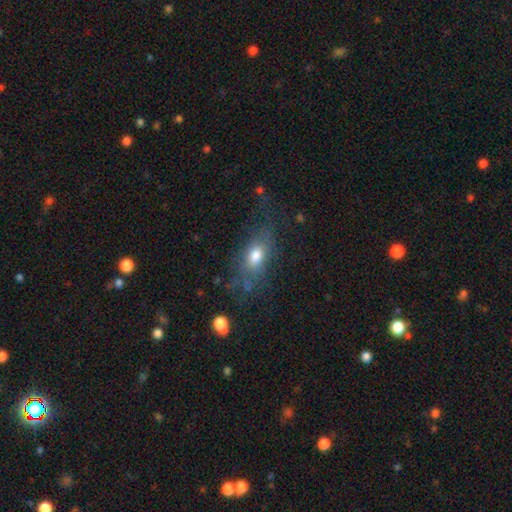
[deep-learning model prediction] A smooth galaxy with no disk features (67%) that is in between round and cigar-shaped (78%). Merging: none (57%).